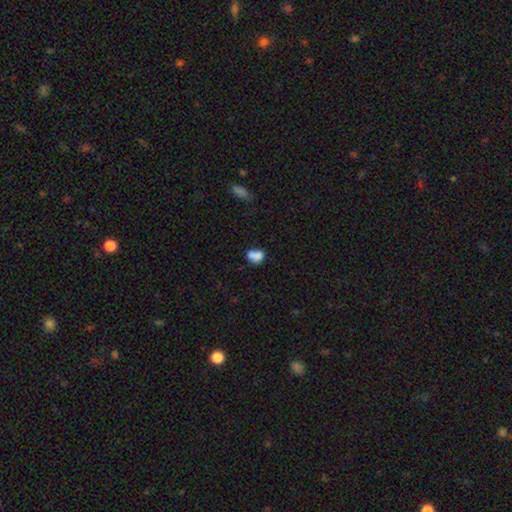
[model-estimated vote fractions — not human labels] This is likely a smooth galaxy (77%). How rounded: likely in between (68%). Merging: marginally merger (37%).